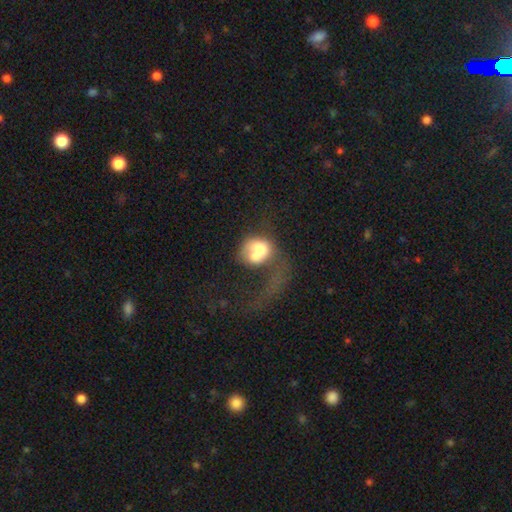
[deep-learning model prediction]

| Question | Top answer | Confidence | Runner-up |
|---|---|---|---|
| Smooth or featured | smooth | 56% | featured or disk (35%) |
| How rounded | round | 54% | in between (45%) |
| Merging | merger | 44% | major disturbance (36%) |